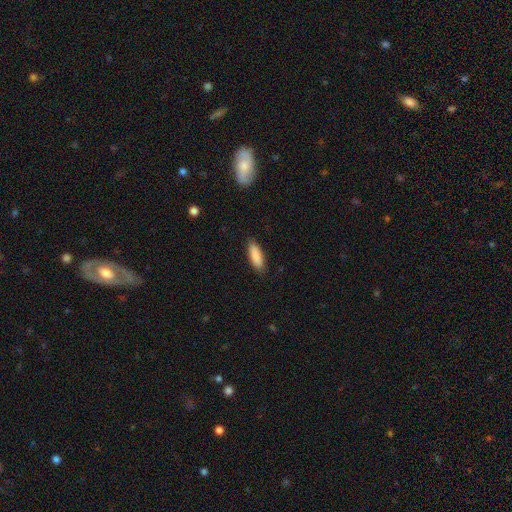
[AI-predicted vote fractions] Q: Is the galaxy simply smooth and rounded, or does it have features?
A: smooth — 89%.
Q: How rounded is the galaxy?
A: in between — 59%.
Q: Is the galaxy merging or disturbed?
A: none — 87%.